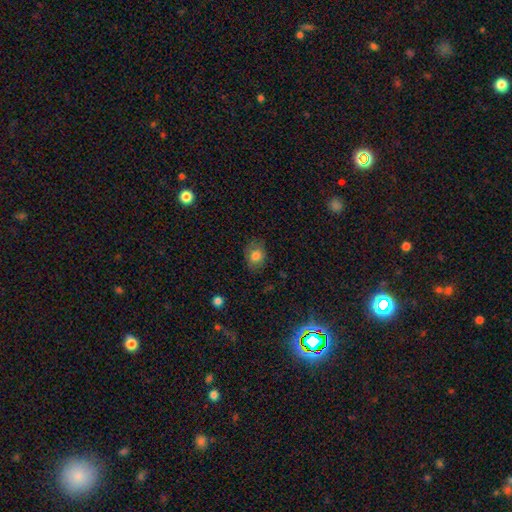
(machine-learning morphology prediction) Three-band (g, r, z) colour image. It shows a smooth galaxy with no disk features (78%) that is in between round and cigar-shaped (57%). Merging: none (78%).